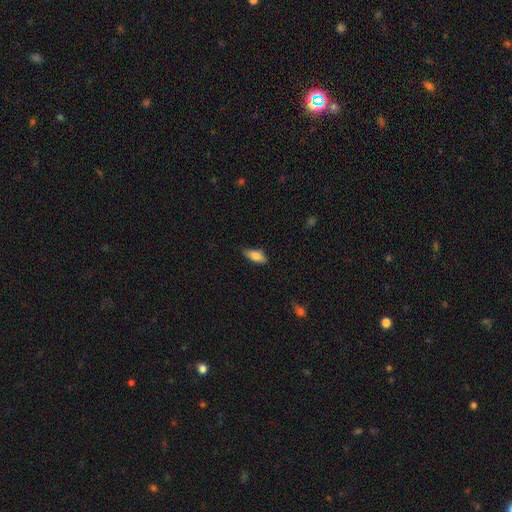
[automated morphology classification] type=smooth (76%); roundness=in between (71%); merging=none (79%).